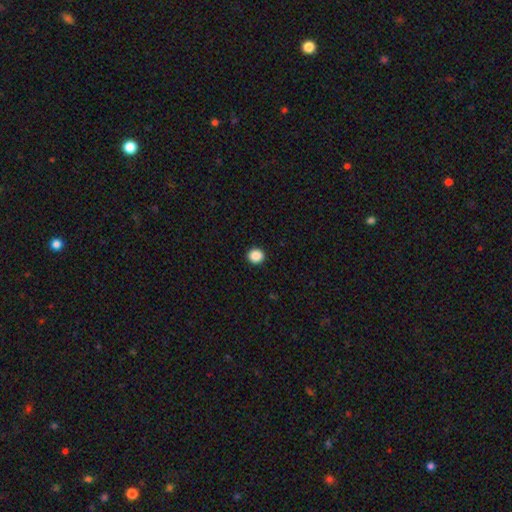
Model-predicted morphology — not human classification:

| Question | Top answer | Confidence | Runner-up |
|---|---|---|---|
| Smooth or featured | smooth | 88% | star or artifact (9%) |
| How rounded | round | 90% | in between (9%) |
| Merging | none | 94% | minor disturbance (4%) |